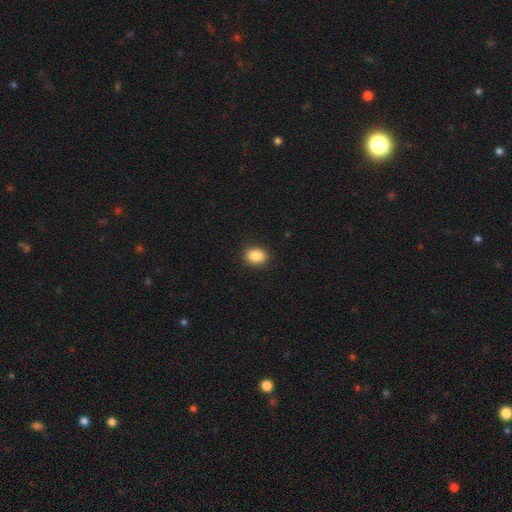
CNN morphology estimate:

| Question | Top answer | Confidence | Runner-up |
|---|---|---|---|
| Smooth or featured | smooth | 87% | star or artifact (9%) |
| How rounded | in between | 70% | round (29%) |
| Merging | none | 89% | minor disturbance (8%) |